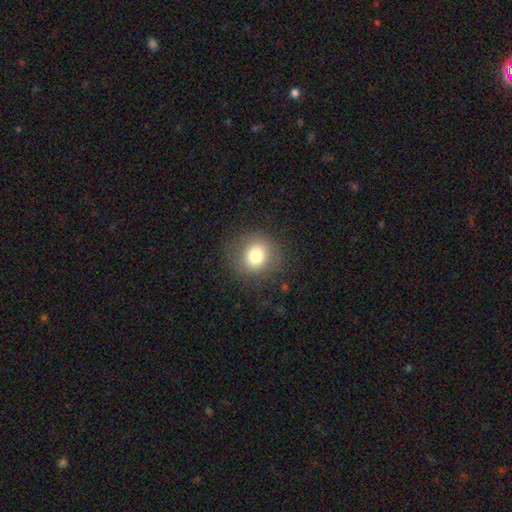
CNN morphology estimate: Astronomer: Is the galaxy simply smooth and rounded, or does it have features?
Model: smooth — 78%.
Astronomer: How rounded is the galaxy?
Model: round — 89%.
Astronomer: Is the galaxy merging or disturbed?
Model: none — 85%.